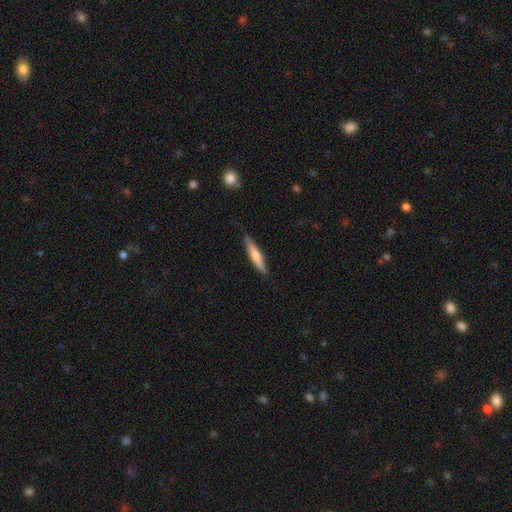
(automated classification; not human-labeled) Smooth or featured: smooth — 61% (featured or disk — 34%)
How rounded: cigar-shaped — 89% (in between — 9%)
Merging: none — 85% (minor disturbance — 12%)